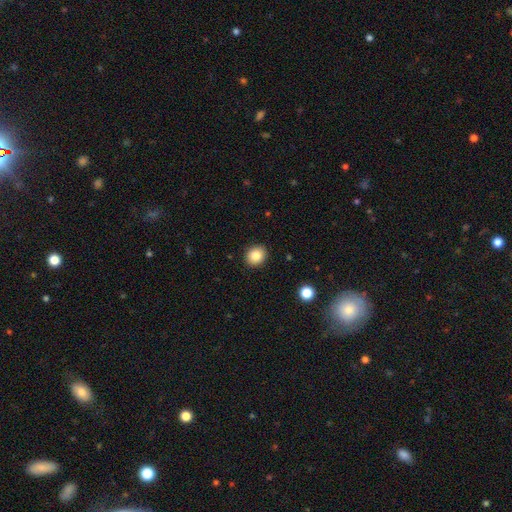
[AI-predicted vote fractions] smooth-or-featured: smooth: 84% | star or artifact: 10% | featured or disk: 7%
  how-rounded: round: 72% | in between: 27% | cigar-shaped: 1%
  merging: none: 91% | minor disturbance: 6% | major disturbance: 2% | merger: 1%